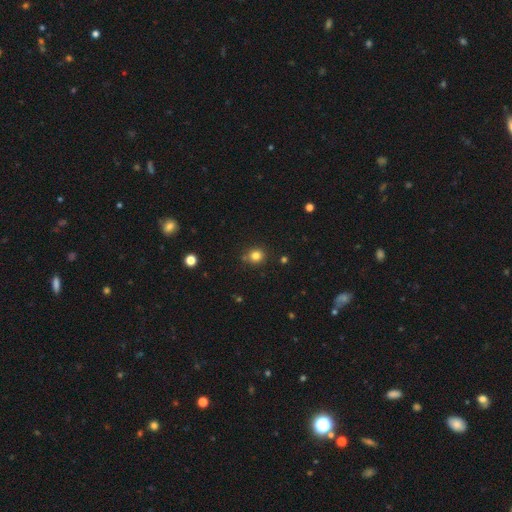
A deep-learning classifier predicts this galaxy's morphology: The model was most divided on "smooth or featured": smooth: 81%, star or artifact: 14%, featured or disk: 5%. More confident: how rounded — round (87%); merging — none (81%).